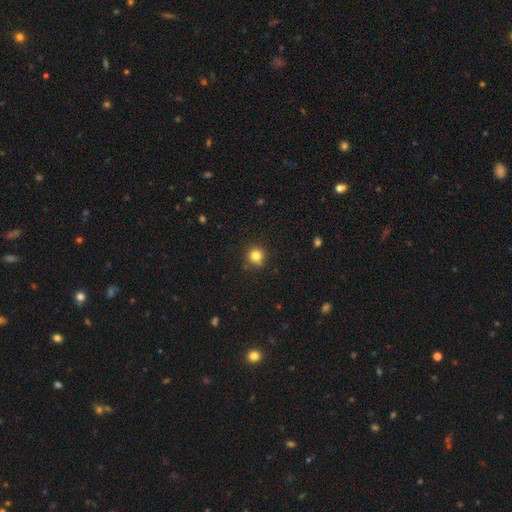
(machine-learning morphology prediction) A smooth galaxy with no disk features (81%) that is round (92%). Merging: none (82%).